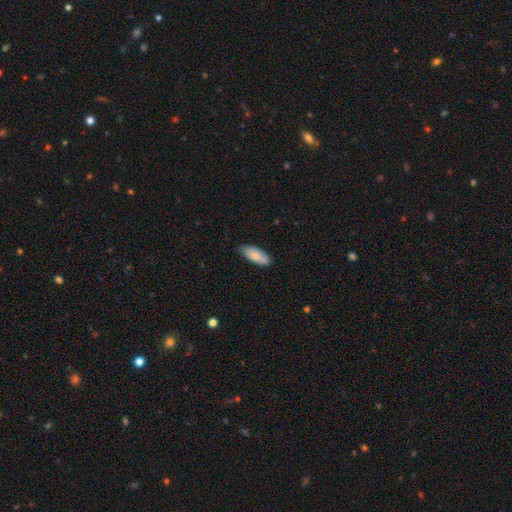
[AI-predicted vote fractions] Smooth or featured? Predicted: smooth (p=0.83). How rounded? Predicted: in between (p=0.81). Merging? Predicted: none (p=0.78).